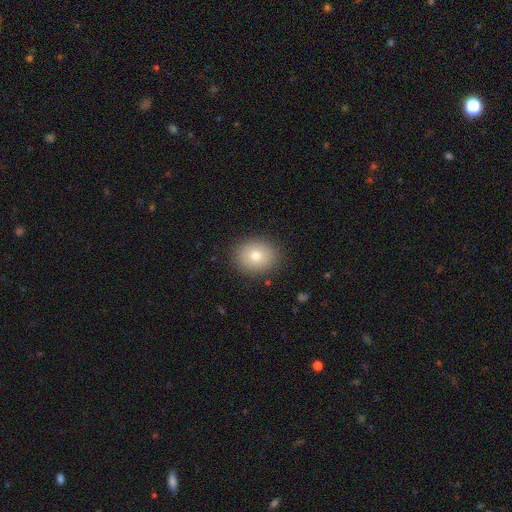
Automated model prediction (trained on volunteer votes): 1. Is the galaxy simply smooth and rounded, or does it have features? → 76% smooth, 13% featured or disk, 11% star or artifact.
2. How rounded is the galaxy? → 58% round, 42% in between, 1% cigar-shaped.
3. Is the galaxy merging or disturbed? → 89% none, 8% minor disturbance, 2% major disturbance, 1% merger.